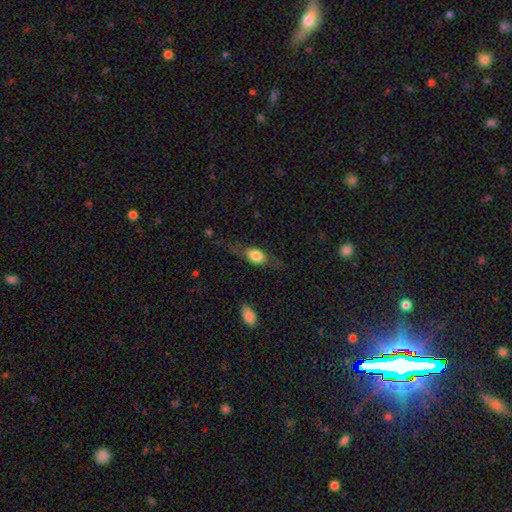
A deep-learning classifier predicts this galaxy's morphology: type=smooth (66%); roundness=in between (77%); merging=none (62%).